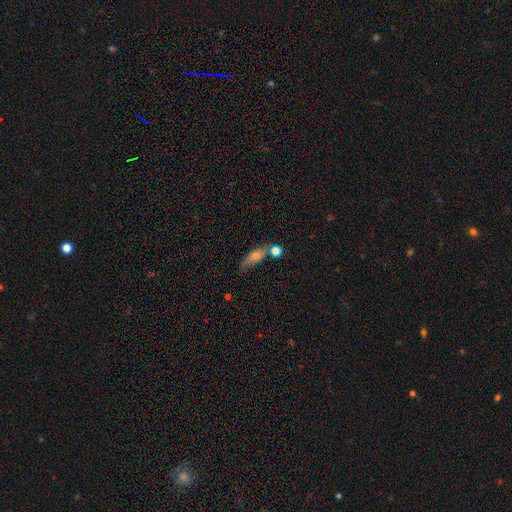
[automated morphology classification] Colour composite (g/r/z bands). It shows a smooth galaxy with no disk features (62%) that is in between round and cigar-shaped (51%). Merging: none (43%).